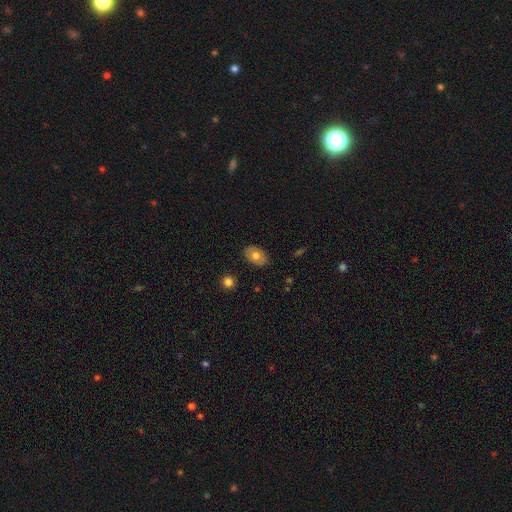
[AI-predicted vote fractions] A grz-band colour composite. It shows a smooth galaxy with no disk features (68%) that is in between round and cigar-shaped (85%). Merging: none (87%).